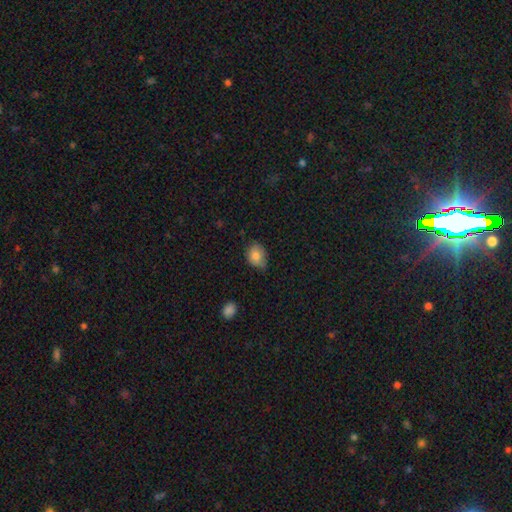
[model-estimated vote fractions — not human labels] Smooth or featured?
  - smooth: 82% *
  - featured or disk: 10%
  - star or artifact: 9%
How rounded?
  - in between: 60% *
  - round: 39%
  - cigar-shaped: 1%
Merging?
  - none: 60% *
  - minor disturbance: 33%
  - major disturbance: 5%
  - merger: 1%